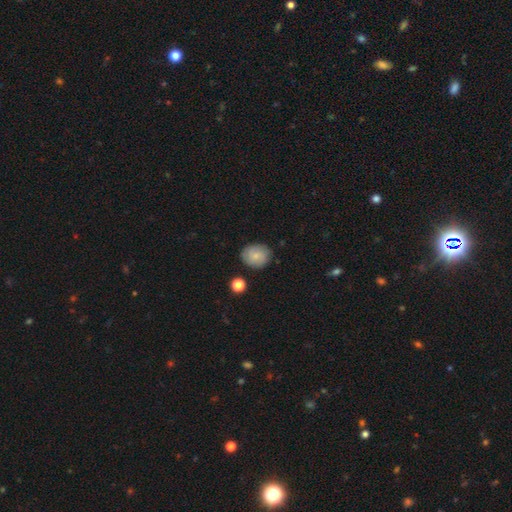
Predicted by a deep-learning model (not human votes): Smooth or featured? smooth (69%)
How rounded? round (66%)
Merging? none (81%)